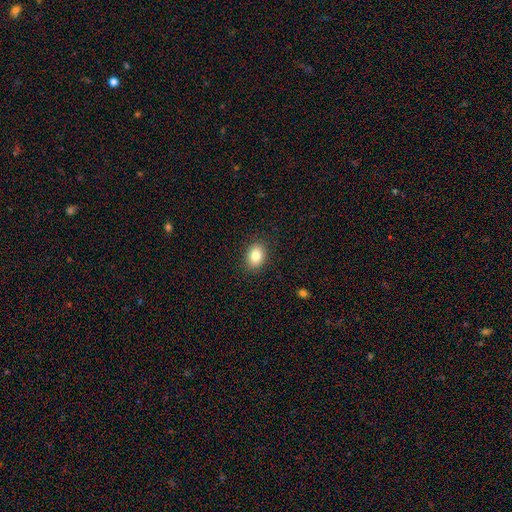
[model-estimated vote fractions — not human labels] Q: Smooth or featured?
A: smooth (84%); runner-up: star or artifact (9%)
Q: How rounded?
A: in between (71%); runner-up: round (28%)
Q: Merging?
A: none (89%); runner-up: minor disturbance (8%)